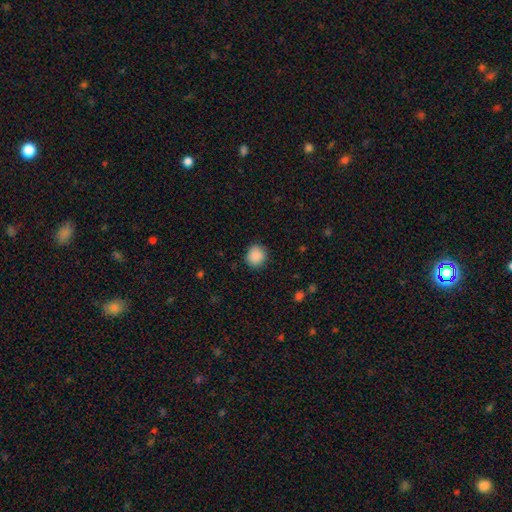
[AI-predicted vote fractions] Smooth or featured: smooth — 89% (star or artifact — 8%)
How rounded: round — 86% (in between — 13%)
Merging: none — 88% (minor disturbance — 9%)